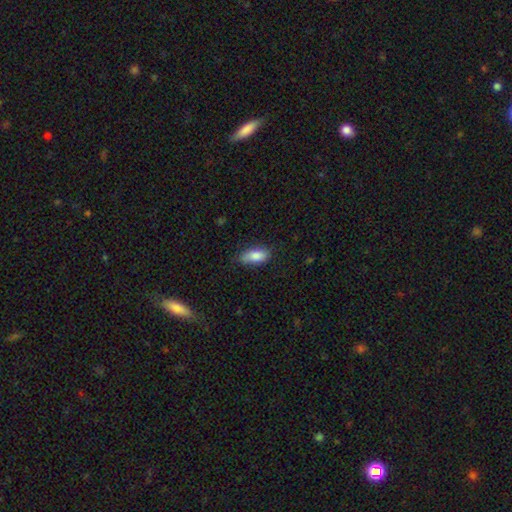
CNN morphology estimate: type=smooth (84%); roundness=in between (86%); merging=none (74%).